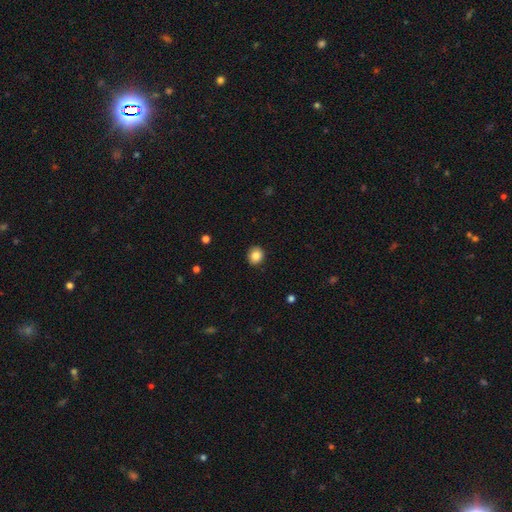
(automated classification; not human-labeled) Overall: smooth (85%). How rounded: round (80%). Merging: none (91%).